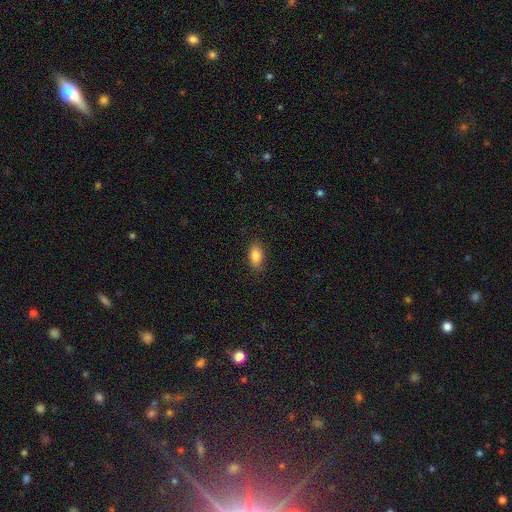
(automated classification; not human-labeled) Q: Smooth or featured?
A: smooth (83%); runner-up: featured or disk (9%)
Q: How rounded?
A: in between (89%); runner-up: round (6%)
Q: Merging?
A: none (87%); runner-up: minor disturbance (10%)